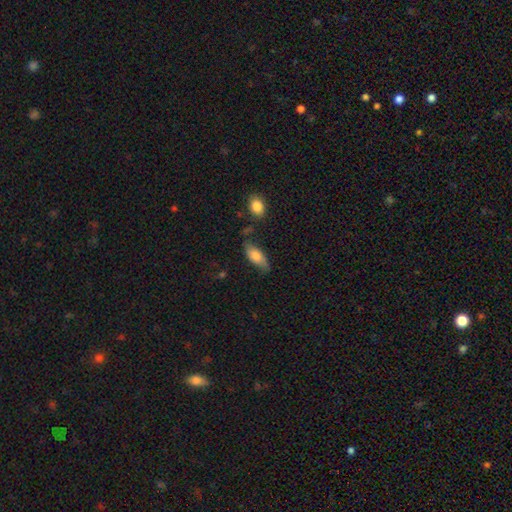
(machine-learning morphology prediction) smooth_or_featured: smooth (p=0.74) [alt: featured or disk p=0.20]
how_rounded: in between (p=0.83) [alt: cigar-shaped p=0.15]
merging: none (p=0.62) [alt: minor disturbance p=0.27]